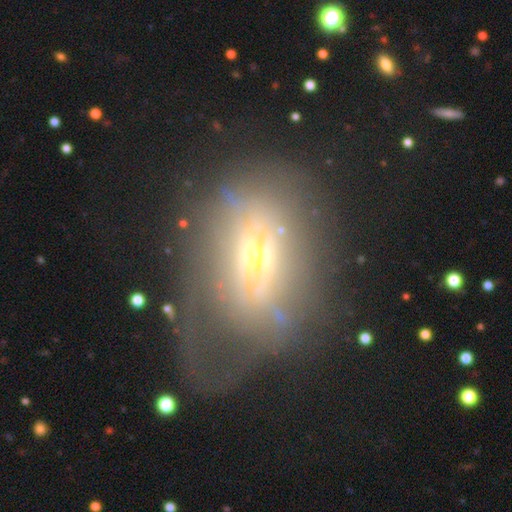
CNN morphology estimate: smooth-or-featured: featured or disk: 52% | smooth: 31% | star or artifact: 16%
  disk-edge-on: no: 74% | yes: 26%
  merging: major disturbance: 43% | none: 33% | minor disturbance: 21% | merger: 4%